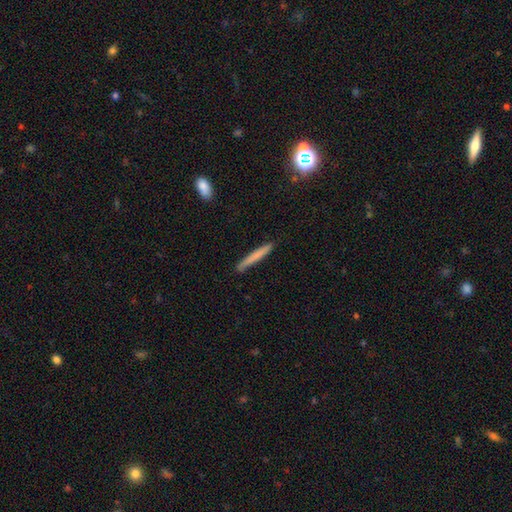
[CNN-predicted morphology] Smooth or featured: smooth — 72% (featured or disk — 22%)
How rounded: cigar-shaped — 96% (in between — 3%)
Merging: none — 87% (minor disturbance — 10%)